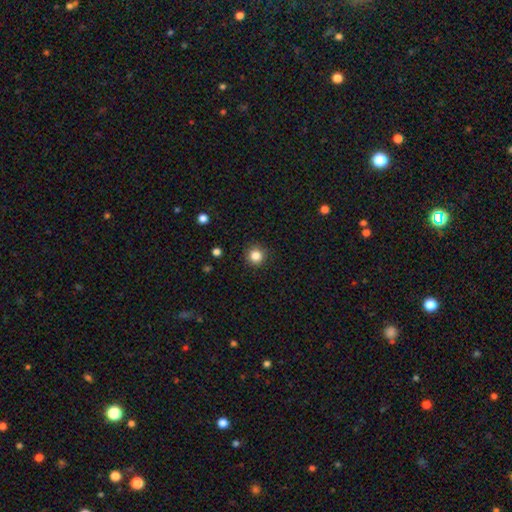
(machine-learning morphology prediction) This appears to be a smooth galaxy with no disk features (84%) that is round (95%). Merging: none (90%).